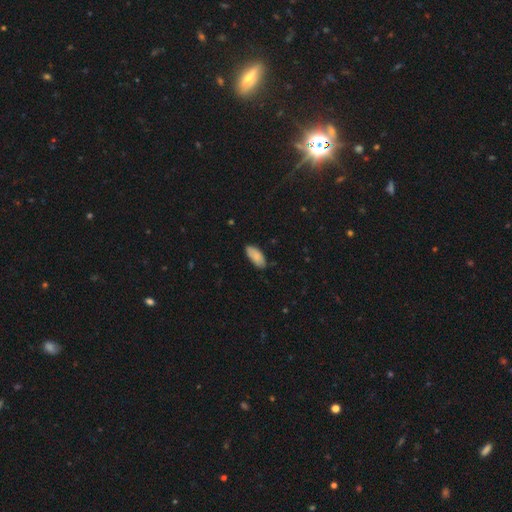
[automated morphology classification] This appears to be a smooth galaxy with no disk features (86%) that is in between round and cigar-shaped (86%). Merging: none (78%).